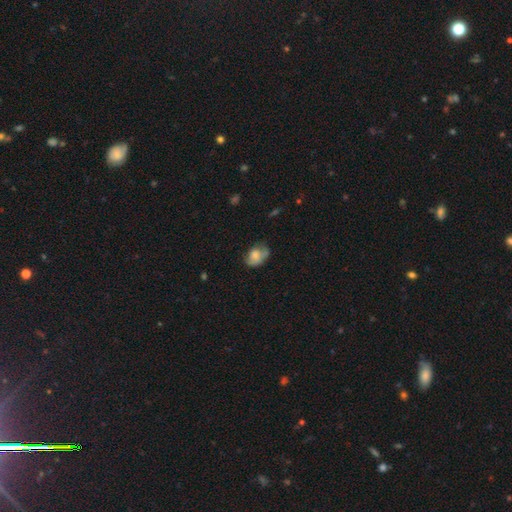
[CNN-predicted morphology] Overall: smooth (65%; featured or disk 26%). How rounded: in between (75%). Merging: none (42%; minor disturbance 35%).